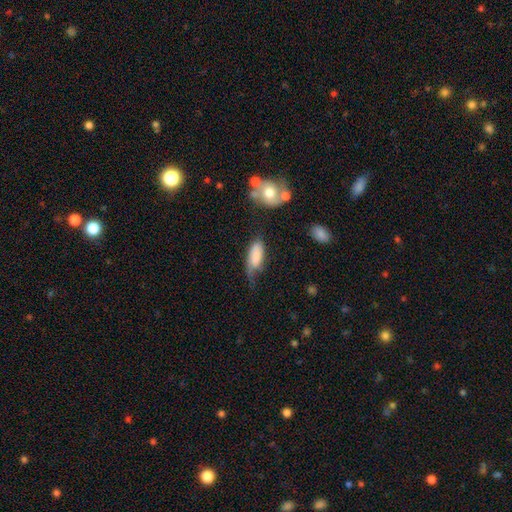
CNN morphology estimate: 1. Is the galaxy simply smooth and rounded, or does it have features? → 76% smooth, 17% featured or disk, 6% star or artifact.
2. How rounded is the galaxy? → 82% in between, 16% cigar-shaped, 3% round.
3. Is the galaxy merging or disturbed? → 37% minor disturbance, 30% none, 27% major disturbance, 6% merger.